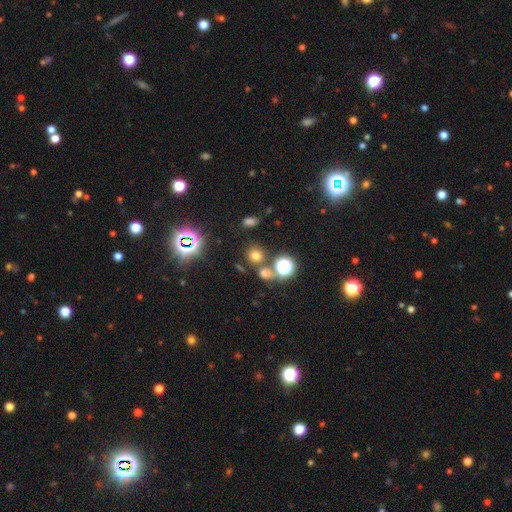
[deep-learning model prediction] smooth_or_featured: smooth (p=0.64) [alt: star or artifact p=0.28]
how_rounded: round (p=0.86) [alt: in between p=0.13]
merging: none (p=0.73) [alt: merger p=0.15]